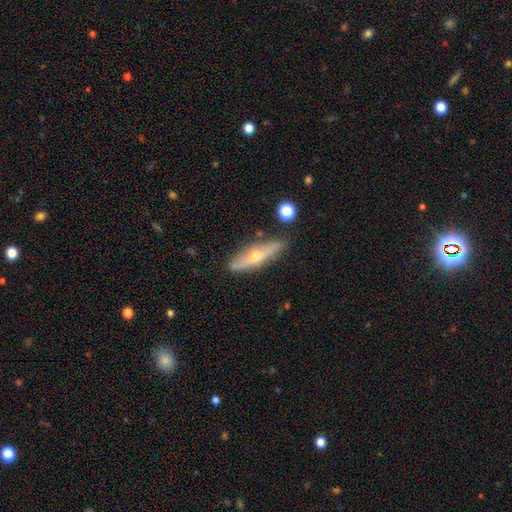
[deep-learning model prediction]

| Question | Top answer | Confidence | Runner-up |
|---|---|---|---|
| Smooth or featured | featured or disk | 57% | smooth (36%) |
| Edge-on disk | yes | 82% | no (18%) |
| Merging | none | 82% | minor disturbance (12%) |